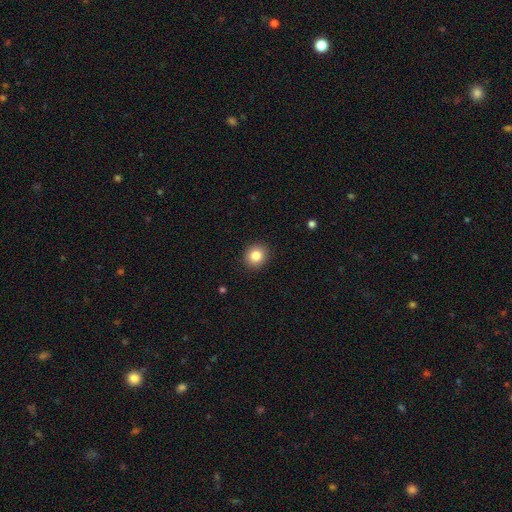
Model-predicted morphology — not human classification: The model was most divided on "how rounded": round: 82%, in between: 17%, cigar-shaped: 1%. More confident: merging — none (91%); smooth or featured — smooth (84%).